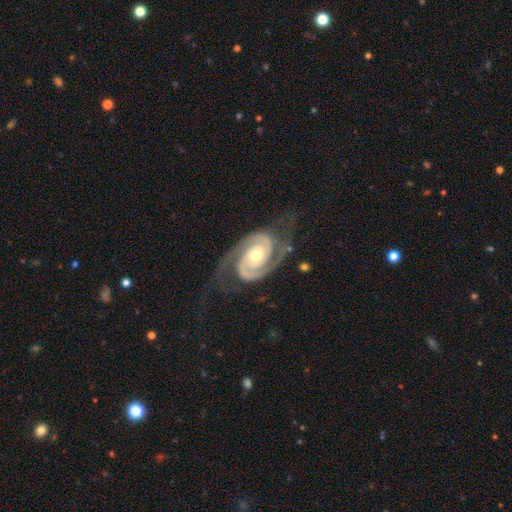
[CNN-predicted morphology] smooth_or_featured: featured or disk (p=0.93) [alt: star or artifact p=0.04]
disk_edge_on: no (p=0.98) [alt: yes p=0.02]
bar: no (p=0.68) [alt: weak p=0.22]
has_spiral_arms: yes (p=0.98) [alt: no p=0.02]
spiral_winding: tight (p=0.54) [alt: medium p=0.38]
spiral_arm_count: 2 (p=0.93) [alt: can't tell p=0.02]
bulge_size: moderate (p=0.65) [alt: small p=0.29]
merging: none (p=0.73) [alt: minor disturbance p=0.16]